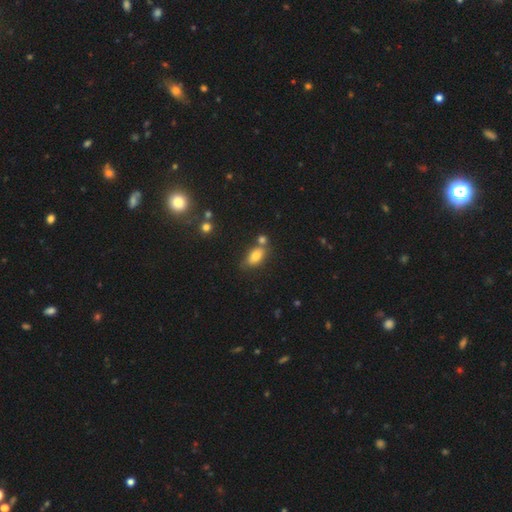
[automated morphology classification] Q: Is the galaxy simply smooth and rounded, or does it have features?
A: smooth — 82%.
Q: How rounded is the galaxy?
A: in between — 88%.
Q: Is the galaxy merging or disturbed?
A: none — 56%.